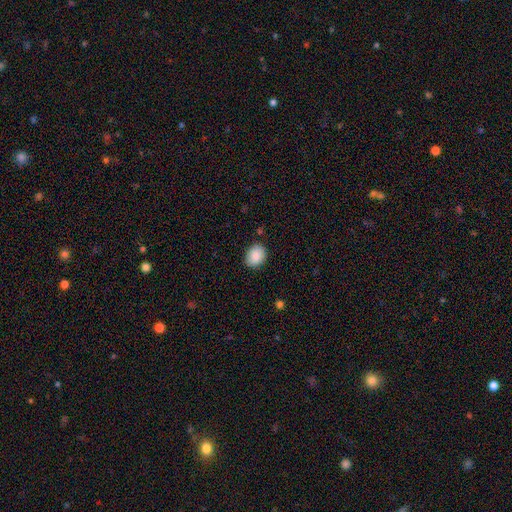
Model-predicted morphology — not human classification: Q: Smooth or featured?
A: smooth (87%); runner-up: star or artifact (7%)
Q: How rounded?
A: in between (57%); runner-up: round (42%)
Q: Merging?
A: none (83%); runner-up: minor disturbance (13%)